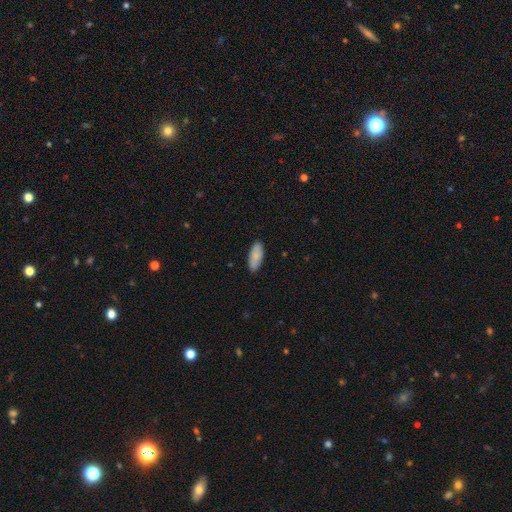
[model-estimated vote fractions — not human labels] This is clearly a smooth galaxy (82%). How rounded: clearly in between (82%). Merging: clearly none (86%).